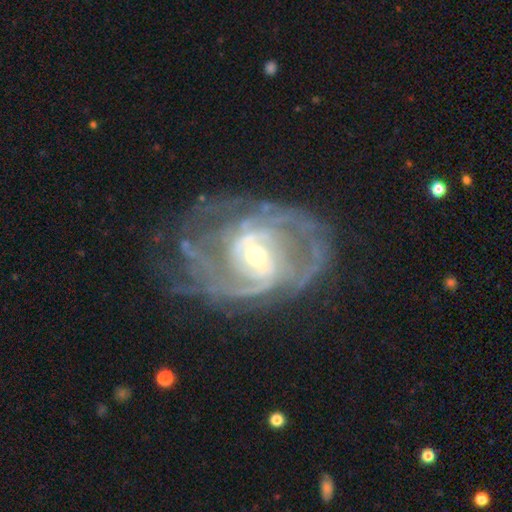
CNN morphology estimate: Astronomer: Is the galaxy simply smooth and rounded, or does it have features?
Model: featured or disk — 90%.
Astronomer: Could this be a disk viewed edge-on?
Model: no — 97%.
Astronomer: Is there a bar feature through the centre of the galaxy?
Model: weak — 46% (runner-up: strong, 32%).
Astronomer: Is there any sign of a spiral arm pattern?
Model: yes — 96%.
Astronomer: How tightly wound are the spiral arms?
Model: tight — 47% (runner-up: medium, 40%).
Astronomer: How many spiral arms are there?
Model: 2 — 41% (runner-up: can't tell, 25%).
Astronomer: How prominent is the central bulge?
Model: small — 49% (runner-up: moderate, 45%).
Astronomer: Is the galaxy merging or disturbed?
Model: none — 59%.